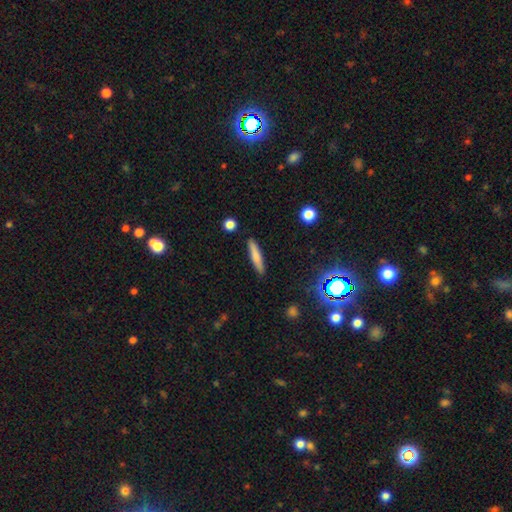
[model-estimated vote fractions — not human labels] The model was most divided on "smooth or featured": smooth: 74%, featured or disk: 19%, star or artifact: 8%. More confident: how rounded — cigar-shaped (89%); merging — none (89%).